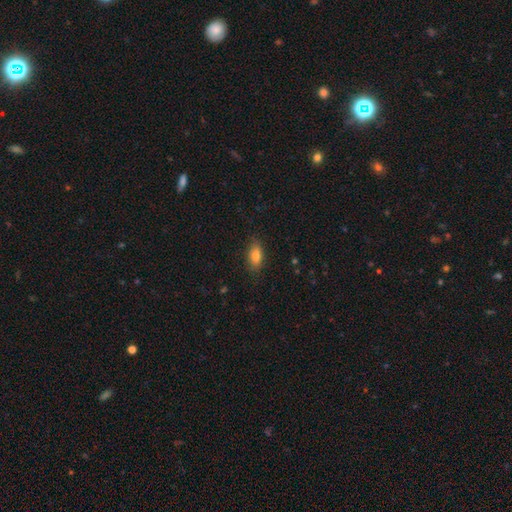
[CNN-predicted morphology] type=smooth (81%); roundness=in between (84%); merging=none (83%).